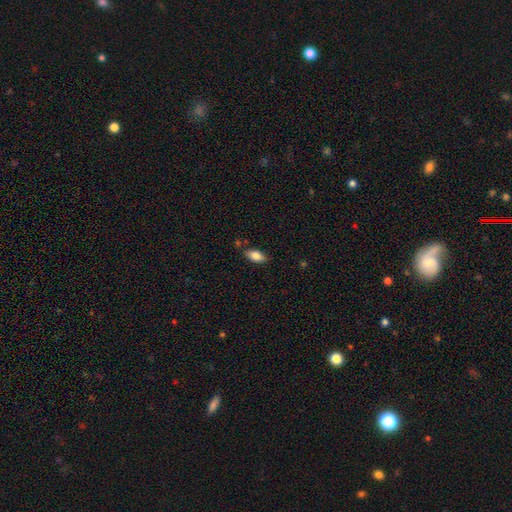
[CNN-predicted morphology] Q: Smooth or featured?
A: smooth (81%); runner-up: featured or disk (11%)
Q: How rounded?
A: in between (88%); runner-up: cigar-shaped (9%)
Q: Merging?
A: none (81%); runner-up: minor disturbance (13%)